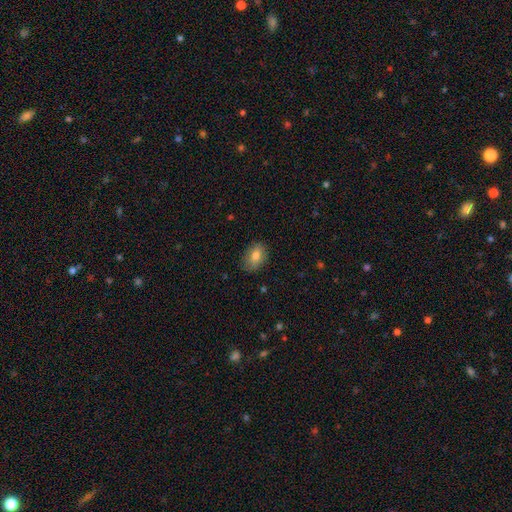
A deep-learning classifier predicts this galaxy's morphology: Smooth or featured?
  - smooth: 78% *
  - featured or disk: 14%
  - star or artifact: 8%
How rounded?
  - in between: 85% *
  - round: 13%
  - cigar-shaped: 2%
Merging?
  - none: 80% *
  - minor disturbance: 16%
  - major disturbance: 3%
  - merger: 1%